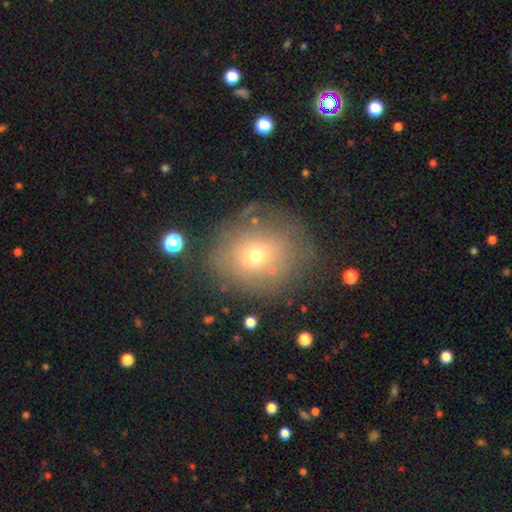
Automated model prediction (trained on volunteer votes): smooth 63%, featured or disk 21%, star or artifact 16%. Down the decision tree: how rounded — round (72%); merging — none (69%).